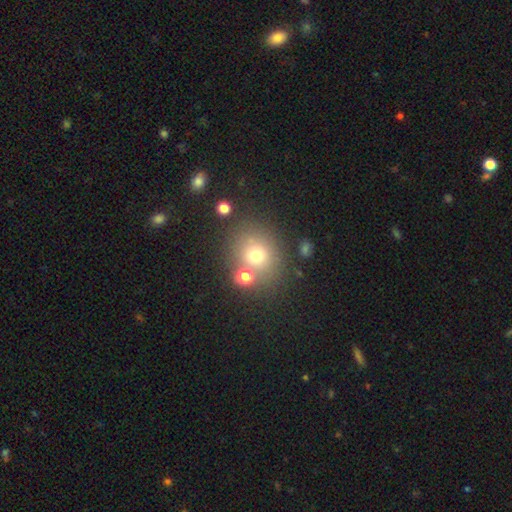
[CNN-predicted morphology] A smooth galaxy with no disk features (68%) that is round (76%).

Vote fractions:
- Smooth or featured? smooth: 68% / star or artifact: 17% / featured or disk: 14%
- How rounded? round: 76% / in between: 23% / cigar-shaped: 1%
- Merging? none: 68% / merger: 15% / minor disturbance: 12% / major disturbance: 6%